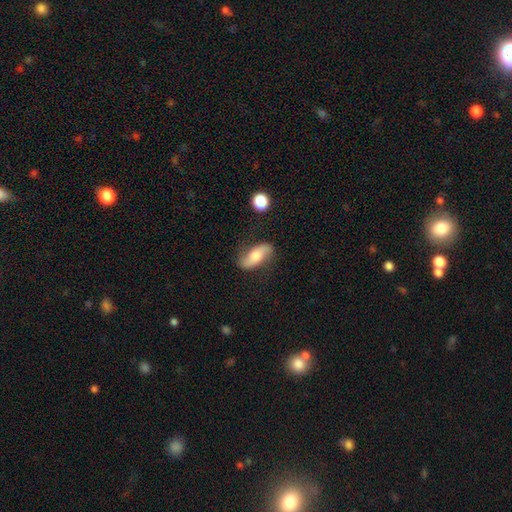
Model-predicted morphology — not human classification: Overall: smooth (49%; featured or disk 43%). Merging: none (74%).